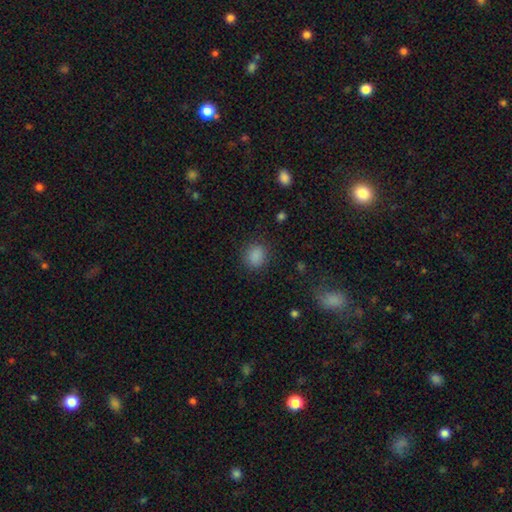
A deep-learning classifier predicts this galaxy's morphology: smooth_or_featured: smooth (p=0.85) [alt: star or artifact p=0.11]
how_rounded: round (p=0.70) [alt: in between p=0.29]
merging: none (p=0.84) [alt: minor disturbance p=0.10]